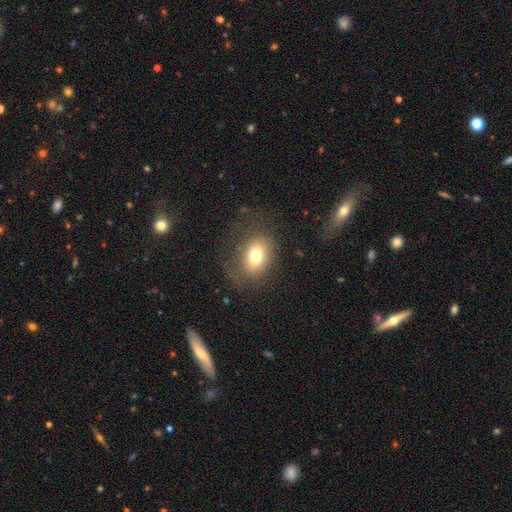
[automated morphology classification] Q: Smooth or featured?
A: smooth (74%); runner-up: featured or disk (15%)
Q: How rounded?
A: in between (66%); runner-up: round (33%)
Q: Merging?
A: none (72%); runner-up: minor disturbance (16%)